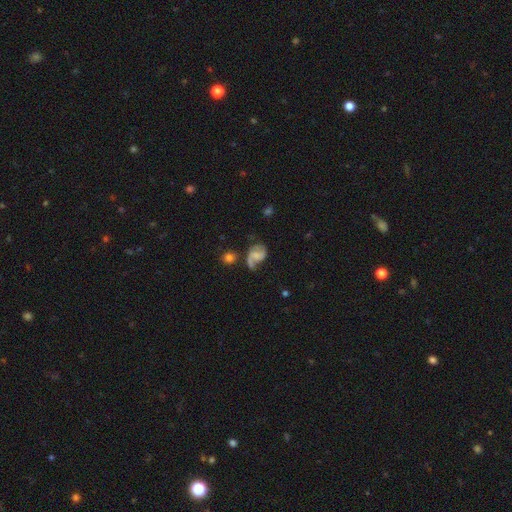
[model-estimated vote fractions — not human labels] This is likely a featured or disk galaxy (72%). It is clearly not viewed edge-on (98%). Bar: marginally no (44%). Spiral arm pattern: clearly yes (91%). Spiral arm count: clearly 2 (81%). Spiral winding: possibly loose (48%). Central bulge: marginally none (42%). Merging: possibly none (47%).